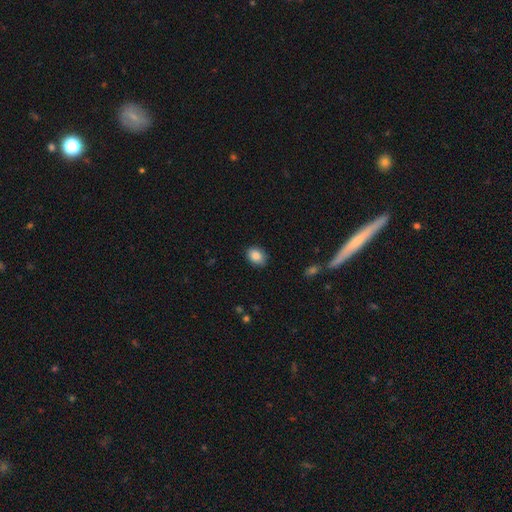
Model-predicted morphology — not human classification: A smooth galaxy with no disk features (87%) that is in between round and cigar-shaped (69%).

Vote fractions:
- Smooth or featured? smooth: 87% / star or artifact: 8% / featured or disk: 5%
- How rounded? in between: 69% / round: 30% / cigar-shaped: 1%
- Merging? none: 85% / minor disturbance: 11% / major disturbance: 2% / merger: 1%